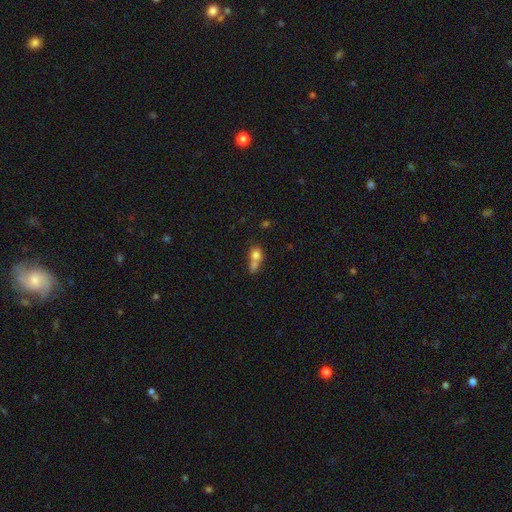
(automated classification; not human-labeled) A smooth galaxy with no disk features (73%) that is round (58%). Merging: merger (60%).